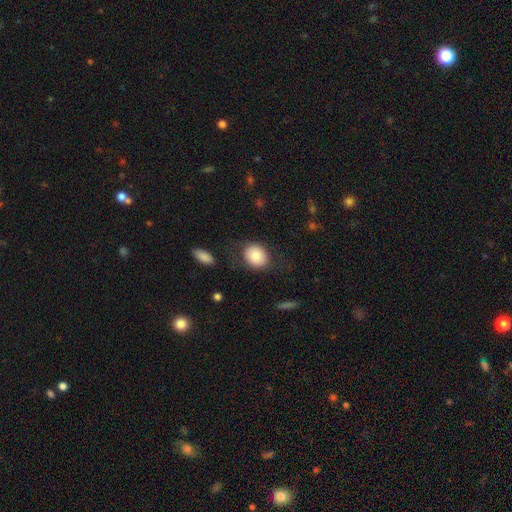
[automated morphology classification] This appears to be a smooth galaxy with no disk features (80%) that is round (55%). Merging: none (72%).